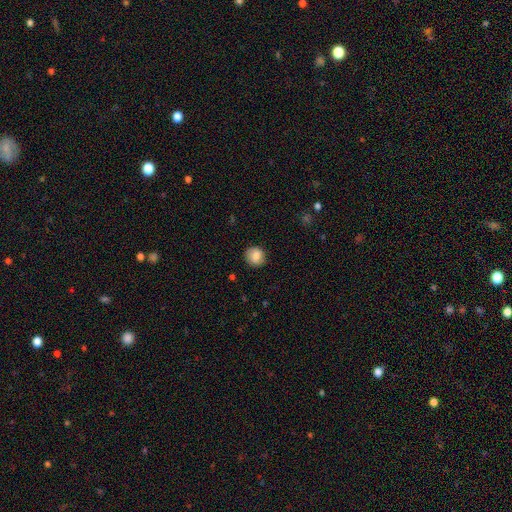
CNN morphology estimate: Smooth or featured?
  - smooth: 83% *
  - featured or disk: 9%
  - star or artifact: 8%
How rounded?
  - round: 84% *
  - in between: 15%
  - cigar-shaped: 1%
Merging?
  - none: 84% *
  - minor disturbance: 12%
  - major disturbance: 3%
  - merger: 1%